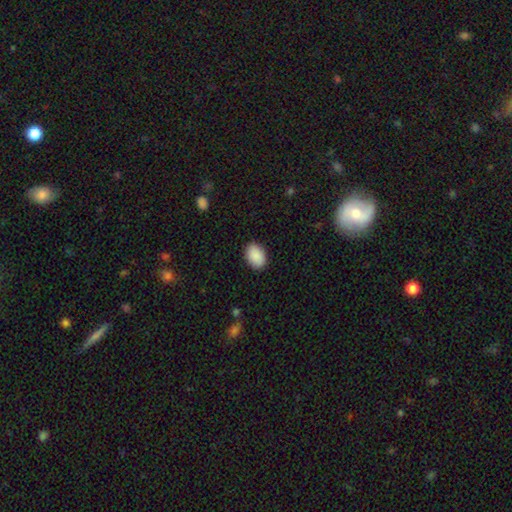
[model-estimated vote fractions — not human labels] Overall: smooth (90%). How rounded: in between (83%). Merging: none (88%).